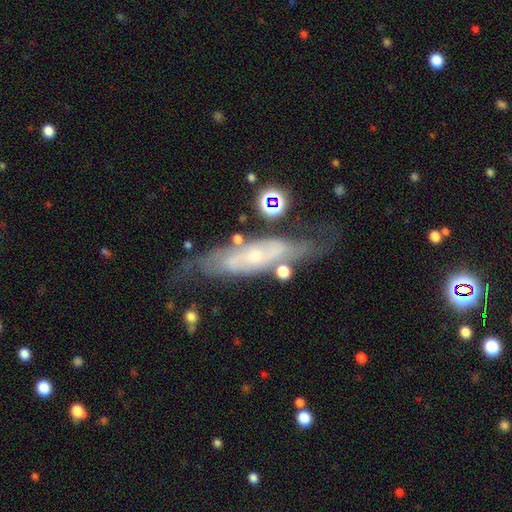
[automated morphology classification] Smooth or featured: featured or disk — 75% (smooth — 17%)
Edge-on disk: no — 73% (yes — 27%)
Bar: no — 61% (weak — 29%)
Spiral arms: yes — 84% (no — 16%)
Bulge size: small — 65% (moderate — 25%)
Merging: none — 61% (minor disturbance — 21%)